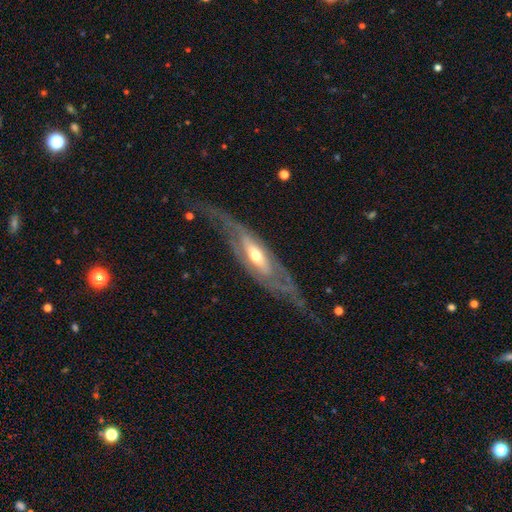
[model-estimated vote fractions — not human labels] Smooth or featured?
  - featured or disk: 77% *
  - smooth: 18%
  - star or artifact: 5%
Edge-on disk?
  - no: 66% *
  - yes: 34%
Bar?
  - no: 61% *
  - weak: 23%
  - strong: 16%
Spiral arms?
  - yes: 61% *
  - no: 39%
Bulge size?
  - moderate: 67% *
  - small: 21%
  - large: 9%
  - dominant: 1%
  - none: 1%
Merging?
  - none: 62% *
  - minor disturbance: 18%
  - major disturbance: 18%
  - merger: 2%